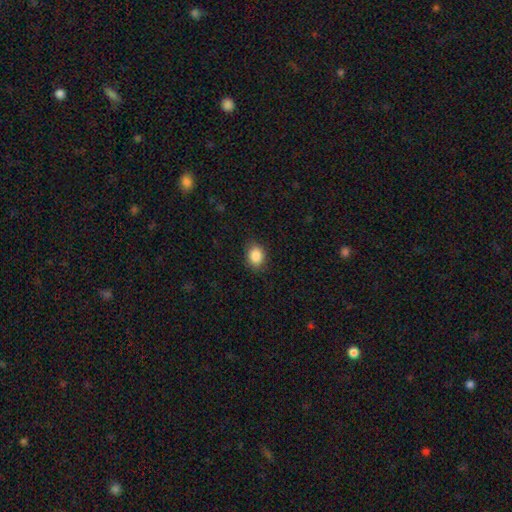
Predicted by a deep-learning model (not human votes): This appears to be a smooth galaxy with no disk features (87%) that is in between round and cigar-shaped (57%). Merging: none (85%).